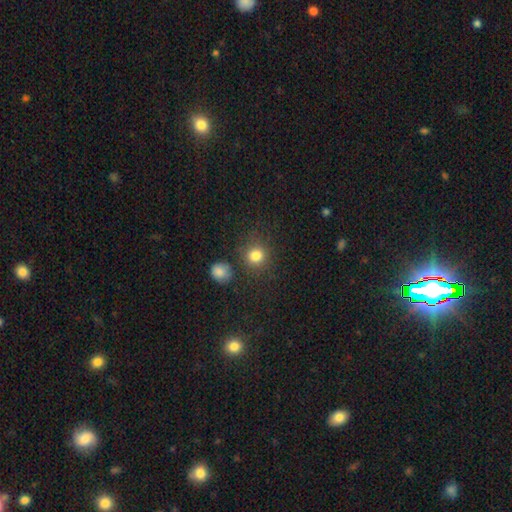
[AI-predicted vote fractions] Smooth or featured: smooth — 81% (star or artifact — 13%)
How rounded: round — 87% (in between — 12%)
Merging: none — 78% (minor disturbance — 10%)